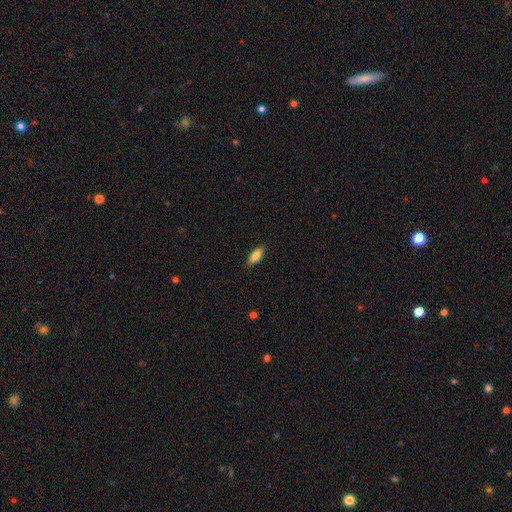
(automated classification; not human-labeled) Overall: smooth (81%). How rounded: in between (79%). Merging: none (88%).